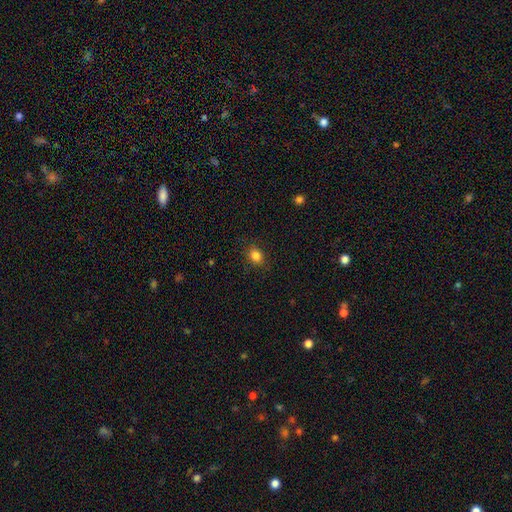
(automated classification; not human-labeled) Morphology: type=smooth (84%); roundness=in between (51%); merging=none (85%).